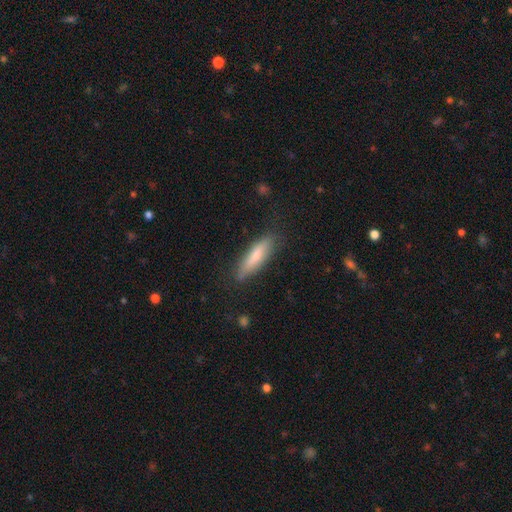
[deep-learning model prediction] Smooth or featured: smooth — 70% (featured or disk — 24%)
How rounded: cigar-shaped — 68% (in between — 30%)
Merging: none — 80% (minor disturbance — 15%)